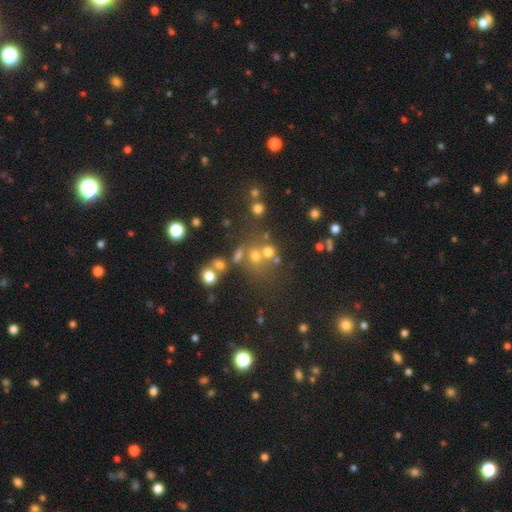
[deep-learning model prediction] smooth_or_featured: star or artifact (p=0.45) [alt: smooth p=0.39]